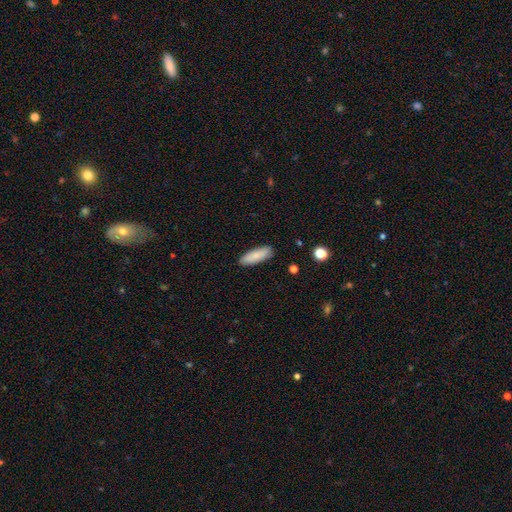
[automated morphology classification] Overall: smooth (84%). How rounded: in between (58%; cigar-shaped 41%). Merging: none (88%).